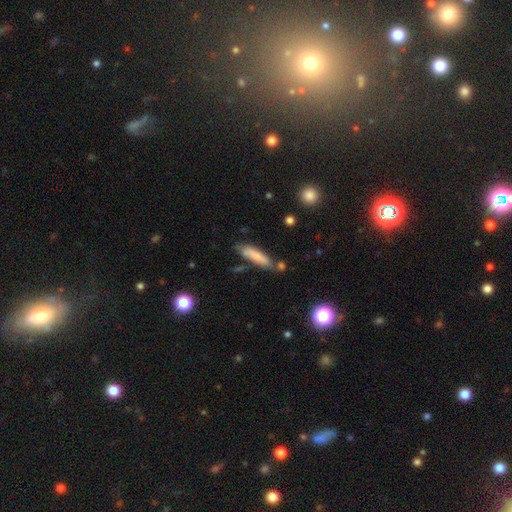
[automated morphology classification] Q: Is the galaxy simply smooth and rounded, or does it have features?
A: smooth — 78%.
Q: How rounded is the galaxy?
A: cigar-shaped — 74%.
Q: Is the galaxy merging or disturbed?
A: none — 66%.